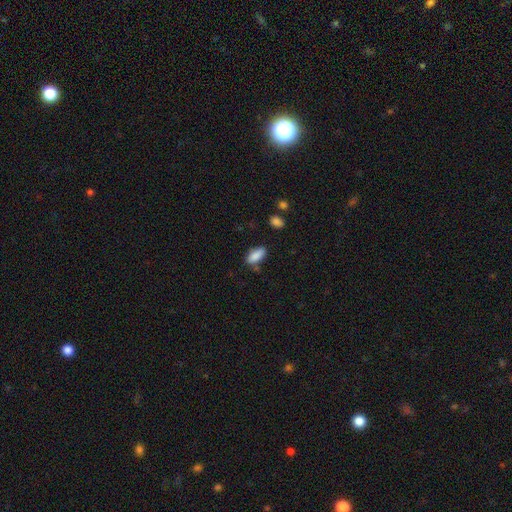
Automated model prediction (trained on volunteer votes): Smooth or featured? smooth (87%)
How rounded? in between (84%)
Merging? none (75%)